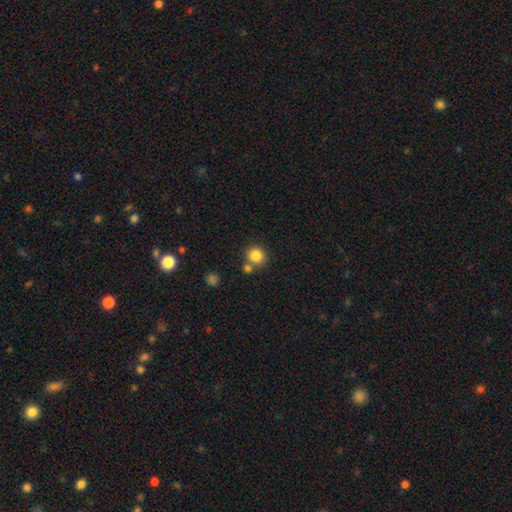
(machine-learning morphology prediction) Overall: smooth (84%). How rounded: round (90%). Merging: none (70%).